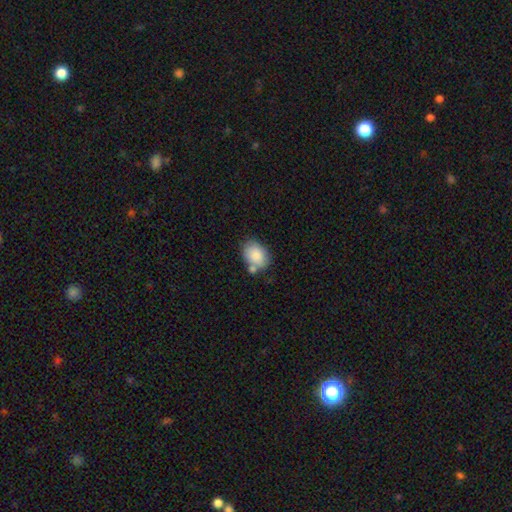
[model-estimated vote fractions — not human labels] The model was most divided on "merging": none: 61%, minor disturbance: 18%, merger: 17%, major disturbance: 5%. More confident: smooth or featured — smooth (85%); how rounded — in between (73%).